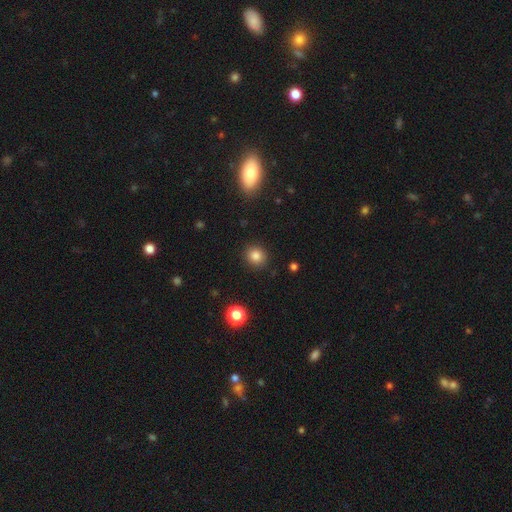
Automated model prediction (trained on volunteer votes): A smooth galaxy with no disk features (84%) that is round (82%).

Vote fractions:
- Smooth or featured? smooth: 84% / star or artifact: 11% / featured or disk: 5%
- How rounded? round: 82% / in between: 17% / cigar-shaped: 1%
- Merging? none: 89% / minor disturbance: 7% / major disturbance: 2% / merger: 1%